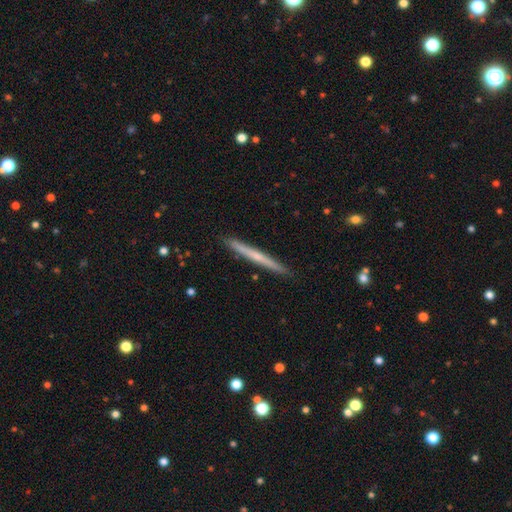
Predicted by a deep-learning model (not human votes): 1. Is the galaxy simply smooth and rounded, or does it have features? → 54% featured or disk, 41% smooth, 6% star or artifact.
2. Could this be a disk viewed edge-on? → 98% yes, 2% no.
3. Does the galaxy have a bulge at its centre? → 64% none, 32% rounded, 4% boxy.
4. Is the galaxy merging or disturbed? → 92% none, 6% minor disturbance, 1% major disturbance, 1% merger.